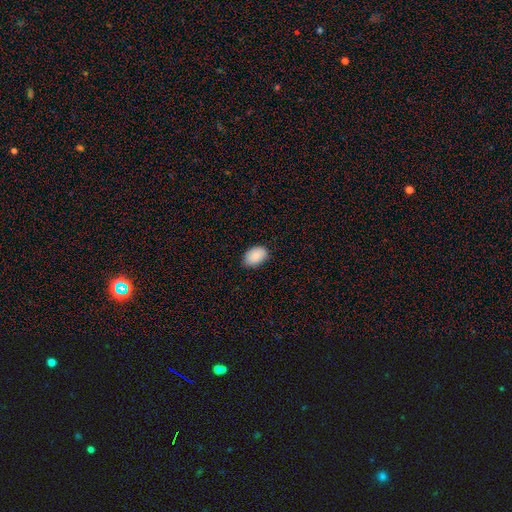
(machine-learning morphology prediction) A smooth galaxy with no disk features (90%) that is in between round and cigar-shaped (89%).

Vote fractions:
- Smooth or featured? smooth: 90% / star or artifact: 6% / featured or disk: 3%
- How rounded? in between: 89% / round: 10% / cigar-shaped: 1%
- Merging? none: 83% / minor disturbance: 14% / major disturbance: 2% / merger: 1%